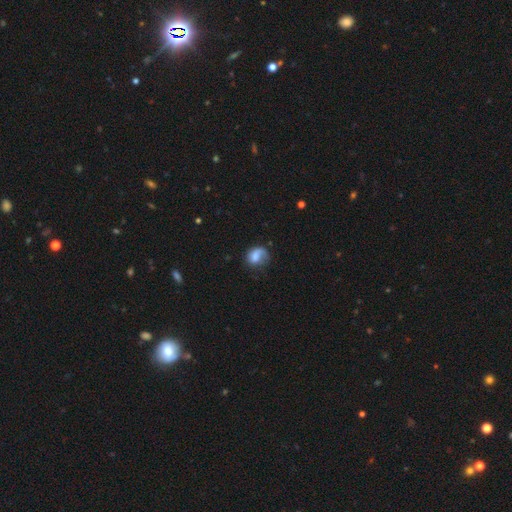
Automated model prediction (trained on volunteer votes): Q: Smooth or featured?
A: smooth (56%); runner-up: featured or disk (35%)
Q: How rounded?
A: round (52%); runner-up: in between (47%)
Q: Merging?
A: none (44%); runner-up: major disturbance (27%)